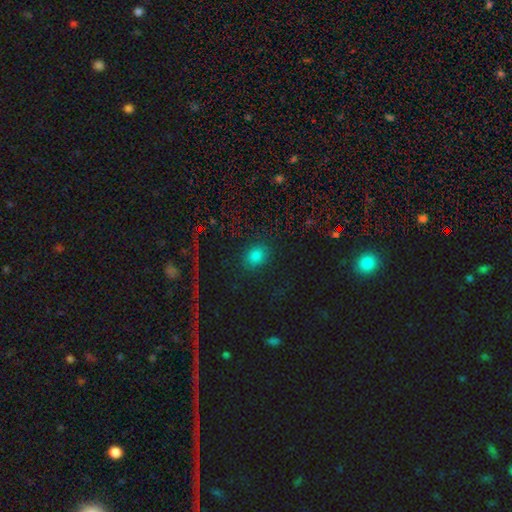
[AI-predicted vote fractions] Morphology: type=smooth (75%); roundness=in between (56%); merging=none (86%).